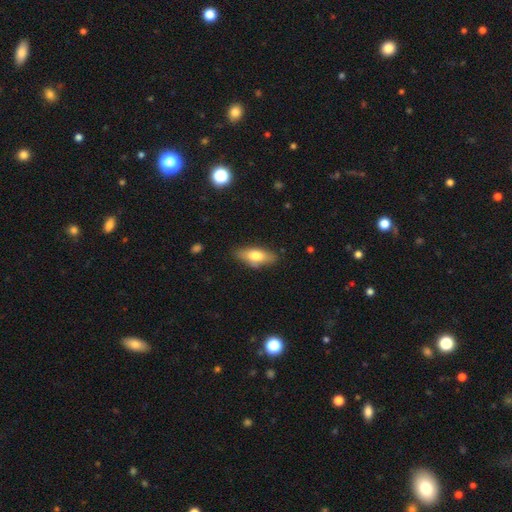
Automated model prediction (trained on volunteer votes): smooth 69%, featured or disk 25%, star or artifact 7%. Down the decision tree: how rounded — in between (74%); merging — none (79%).